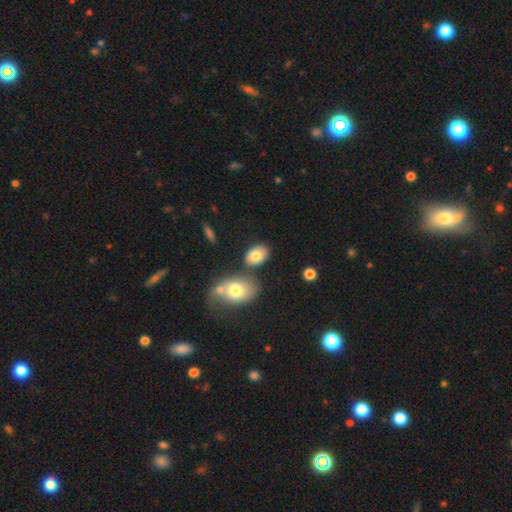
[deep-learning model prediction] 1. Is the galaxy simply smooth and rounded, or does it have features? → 79% smooth, 14% featured or disk, 8% star or artifact.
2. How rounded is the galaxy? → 86% in between, 13% round, 1% cigar-shaped.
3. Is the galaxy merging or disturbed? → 71% none, 13% merger, 12% minor disturbance, 4% major disturbance.